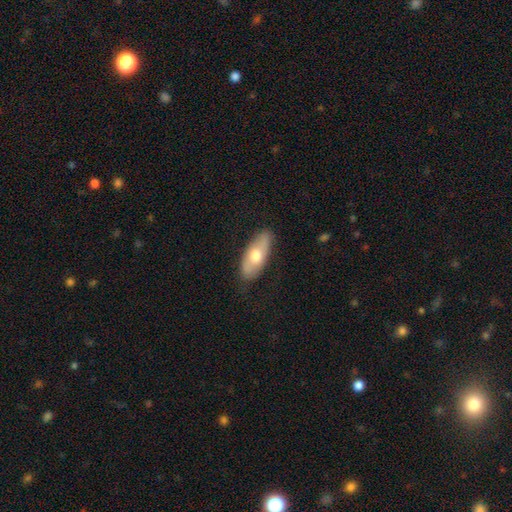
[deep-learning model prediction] Q: Smooth or featured?
A: smooth (59%); runner-up: featured or disk (35%)
Q: How rounded?
A: in between (82%); runner-up: cigar-shaped (15%)
Q: Merging?
A: none (83%); runner-up: minor disturbance (13%)